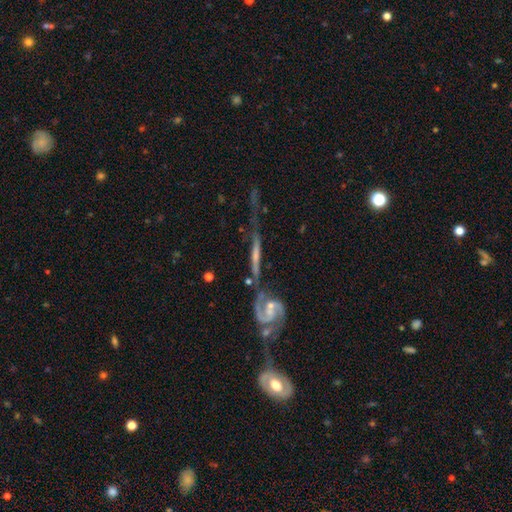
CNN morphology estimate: The model was most divided on "merging" (2-way tie): merger: 33%, none: 33%, minor disturbance: 17%, major disturbance: 16%. More confident: smooth or featured — featured or disk (76%); edge-on disk — yes (52%).